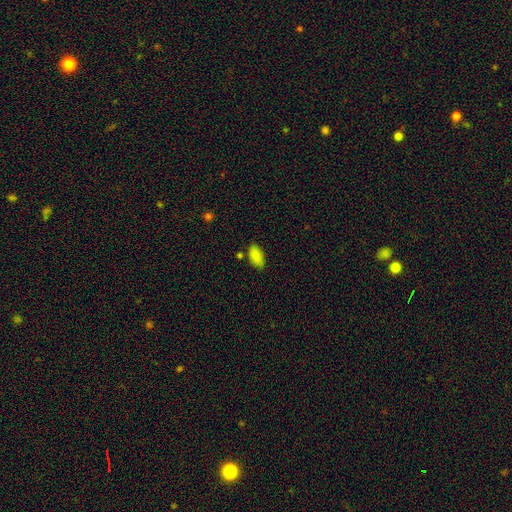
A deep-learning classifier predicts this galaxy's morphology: smooth-or-featured: smooth: 88% | star or artifact: 8% | featured or disk: 4%
  how-rounded: in between: 93% | cigar-shaped: 5% | round: 3%
  merging: none: 79% | minor disturbance: 13% | merger: 5% | major disturbance: 3%